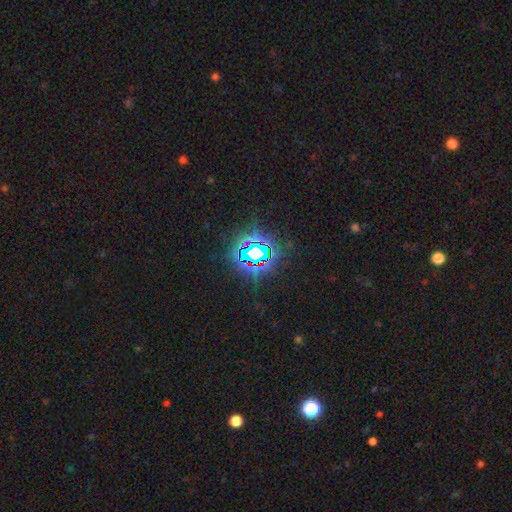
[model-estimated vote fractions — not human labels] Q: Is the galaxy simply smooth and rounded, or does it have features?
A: star or artifact — 78%.